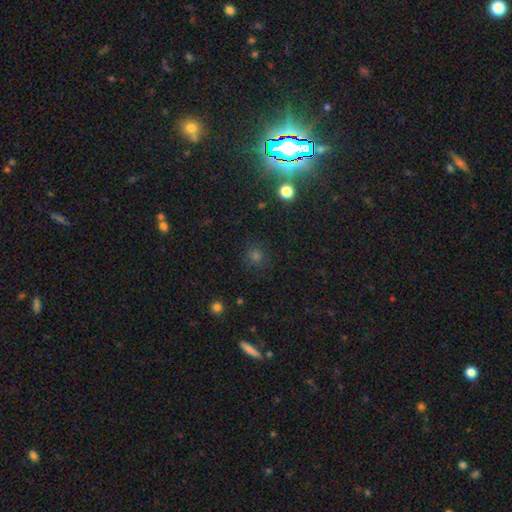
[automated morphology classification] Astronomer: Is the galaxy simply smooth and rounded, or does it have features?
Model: star or artifact — 47% (runner-up: smooth, 46%).